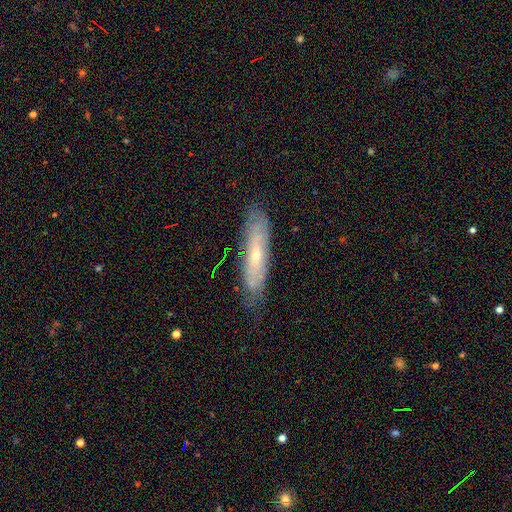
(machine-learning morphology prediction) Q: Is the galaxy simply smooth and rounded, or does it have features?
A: featured or disk — 62%.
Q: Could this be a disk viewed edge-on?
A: no — 55%.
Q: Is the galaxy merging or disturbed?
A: none — 74%.